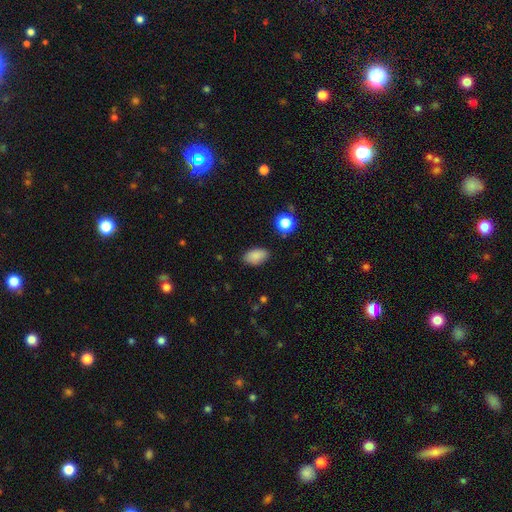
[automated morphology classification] This appears to be a smooth galaxy with no disk features (86%) that is in between round and cigar-shaped (92%). Merging: none (84%).